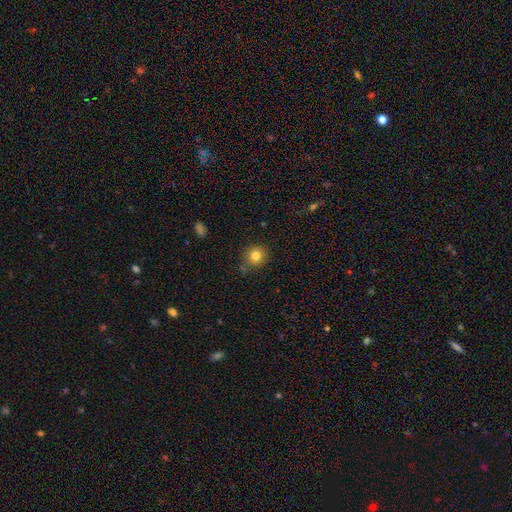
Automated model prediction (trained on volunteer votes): smooth-or-featured: smooth: 82% | star or artifact: 12% | featured or disk: 7%
  how-rounded: round: 86% | in between: 13% | cigar-shaped: 1%
  merging: none: 80% | minor disturbance: 14% | merger: 4% | major disturbance: 3%